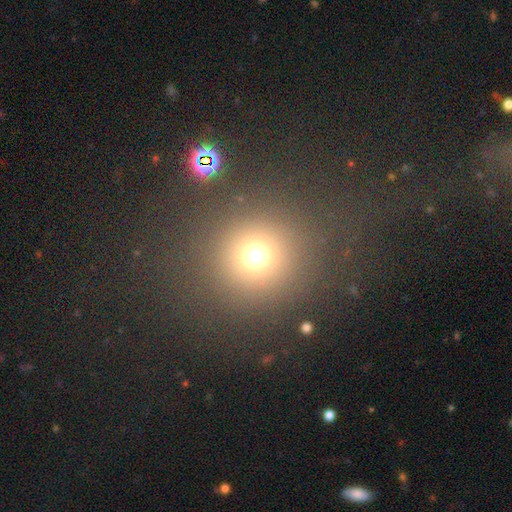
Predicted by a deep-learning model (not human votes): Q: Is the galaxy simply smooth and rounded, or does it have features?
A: smooth — 70%.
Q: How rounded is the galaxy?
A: round — 94%.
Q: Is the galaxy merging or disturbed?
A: none — 83%.